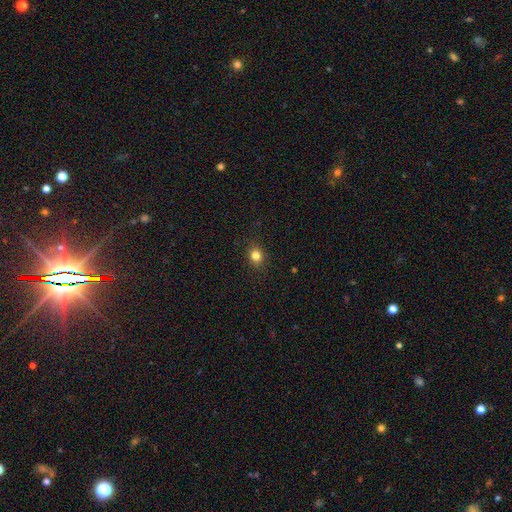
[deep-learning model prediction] smooth-or-featured: smooth: 82% | star or artifact: 13% | featured or disk: 6%
  how-rounded: round: 73% | in between: 26% | cigar-shaped: 1%
  merging: none: 89% | minor disturbance: 8% | major disturbance: 2% | merger: 1%